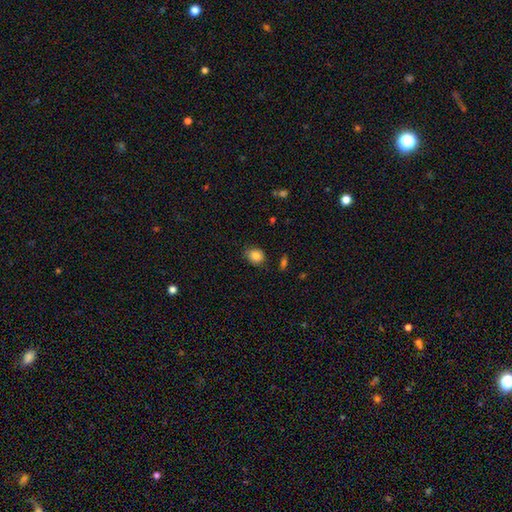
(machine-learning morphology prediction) smooth_or_featured: smooth (p=0.84) [alt: star or artifact p=0.09]
how_rounded: round (p=0.56) [alt: in between p=0.43]
merging: none (p=0.76) [alt: minor disturbance p=0.19]